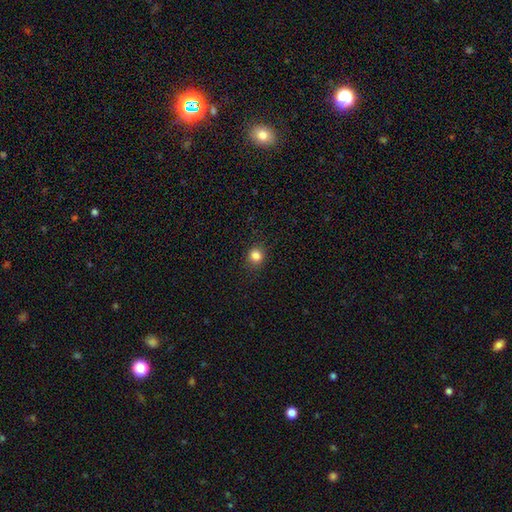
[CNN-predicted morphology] This is clearly a smooth galaxy (83%). How rounded: clearly round (86%). Merging: clearly none (89%).